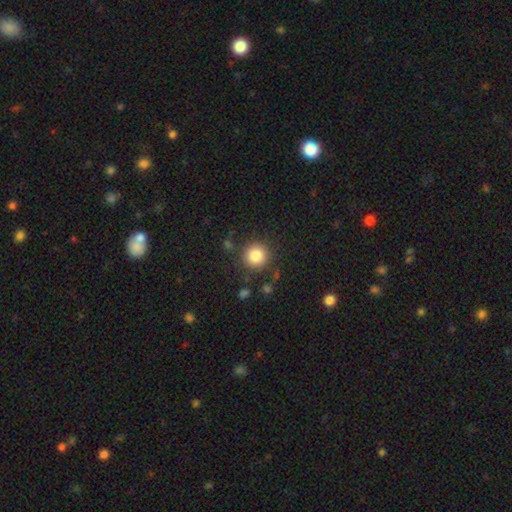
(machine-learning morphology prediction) Q: Smooth or featured?
A: smooth (84%); runner-up: star or artifact (10%)
Q: How rounded?
A: round (94%); runner-up: in between (5%)
Q: Merging?
A: none (86%); runner-up: minor disturbance (8%)